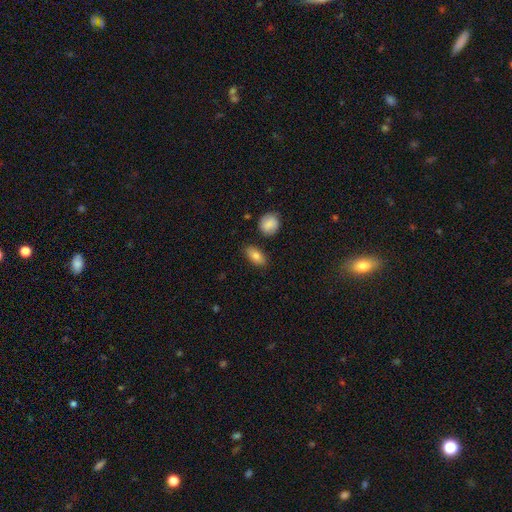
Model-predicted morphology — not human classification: type=smooth (83%); roundness=in between (86%); merging=none (84%).